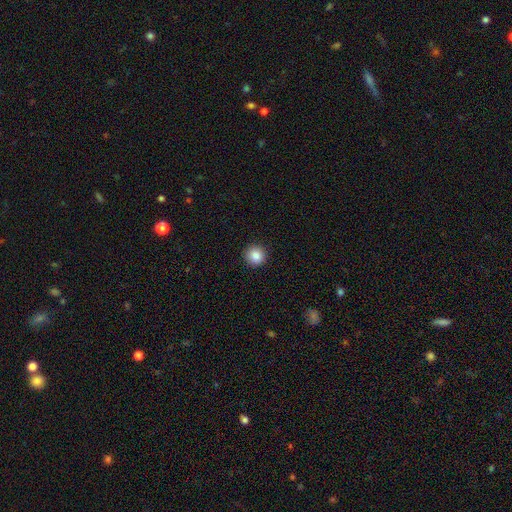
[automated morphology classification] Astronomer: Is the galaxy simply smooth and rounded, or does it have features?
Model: smooth — 86%.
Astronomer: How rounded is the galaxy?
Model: round — 95%.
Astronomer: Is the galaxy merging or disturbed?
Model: none — 92%.